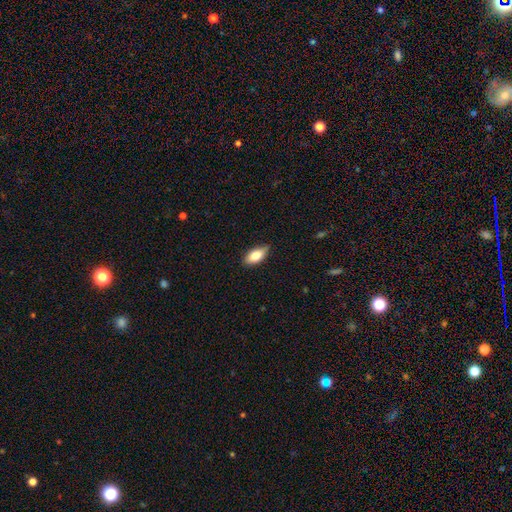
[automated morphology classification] Smooth or featured?
  - smooth: 78% *
  - featured or disk: 16%
  - star or artifact: 7%
How rounded?
  - in between: 88% *
  - cigar-shaped: 8%
  - round: 3%
Merging?
  - none: 77% *
  - minor disturbance: 19%
  - major disturbance: 3%
  - merger: 1%